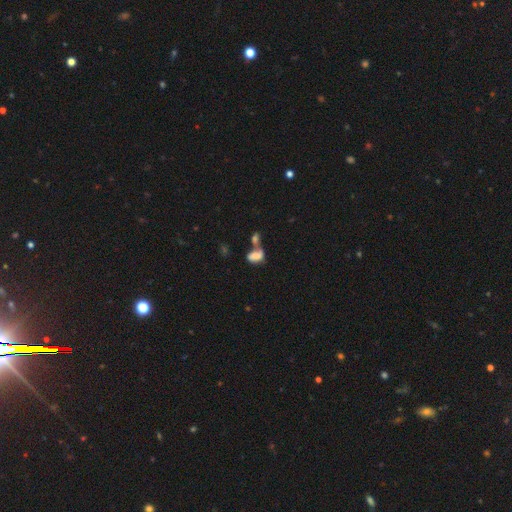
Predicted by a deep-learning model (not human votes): Smooth or featured: smooth — 69% (featured or disk — 20%)
How rounded: in between — 88% (round — 9%)
Merging: merger — 57% (none — 20%)